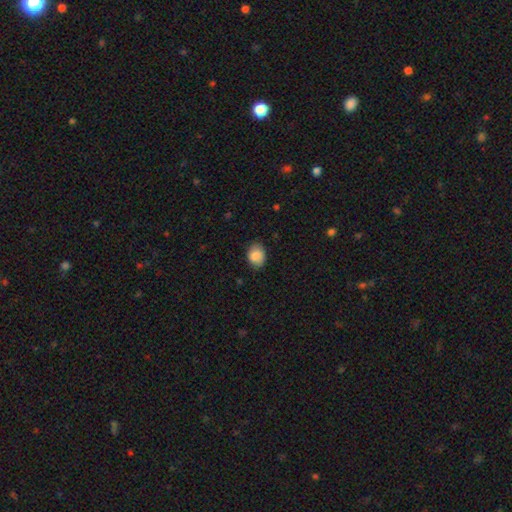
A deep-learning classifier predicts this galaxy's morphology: A smooth galaxy with no disk features (87%) that is in between round and cigar-shaped (55%). Merging: none (78%).